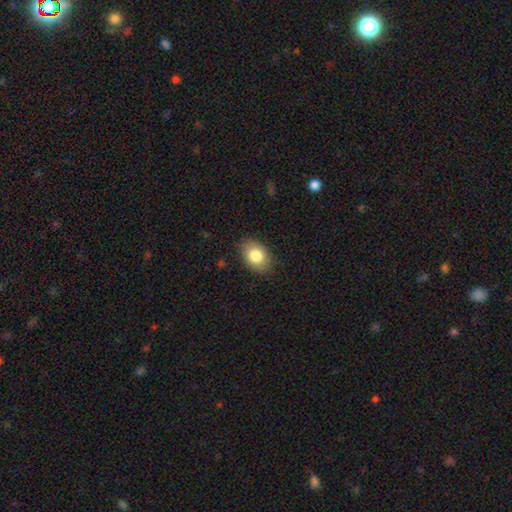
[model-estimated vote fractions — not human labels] The model was most divided on "how rounded": in between: 82%, round: 17%, cigar-shaped: 1%. More confident: merging — none (85%); smooth or featured — smooth (82%).